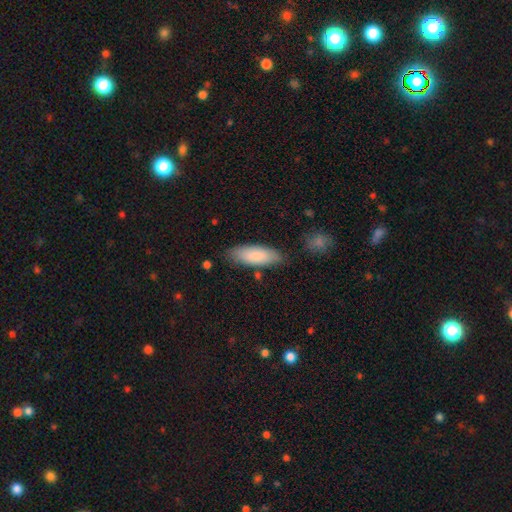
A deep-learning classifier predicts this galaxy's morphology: A smooth galaxy with no disk features (83%) that is in between round and cigar-shaped (66%).

Vote fractions:
- Smooth or featured? smooth: 83% / featured or disk: 11% / star or artifact: 6%
- How rounded? in between: 66% / cigar-shaped: 32% / round: 2%
- Merging? none: 79% / minor disturbance: 15% / merger: 3% / major disturbance: 3%